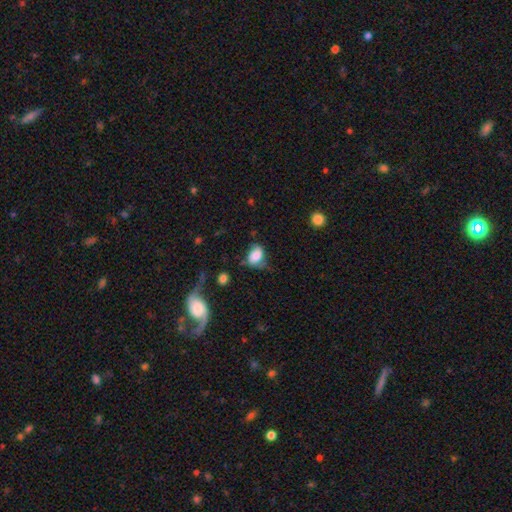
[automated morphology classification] A smooth galaxy with no disk features (74%) that is in between round and cigar-shaped (74%). Merging: none (39%).